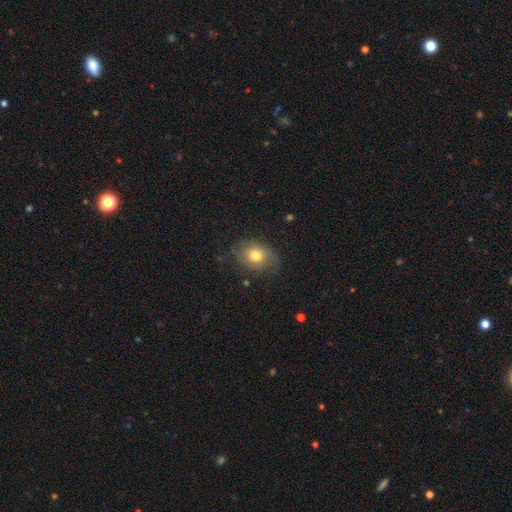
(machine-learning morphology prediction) smooth_or_featured: smooth (p=0.68) [alt: featured or disk p=0.23]
how_rounded: in between (p=0.66) [alt: round p=0.33]
merging: none (p=0.69) [alt: minor disturbance p=0.22]